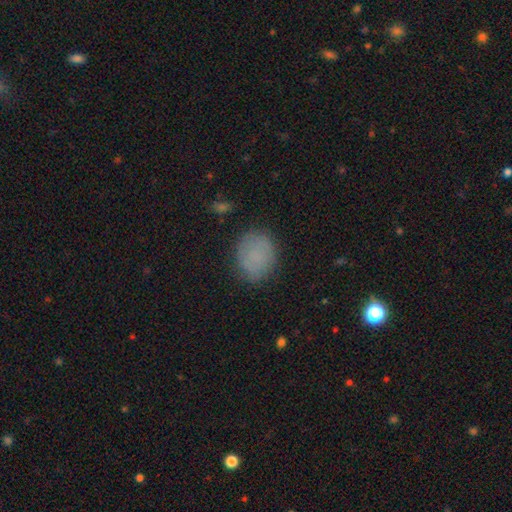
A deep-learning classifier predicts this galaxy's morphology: Smooth or featured? Predicted: smooth (p=0.80). How rounded? Predicted: round (p=0.58). Merging? Predicted: none (p=0.82).